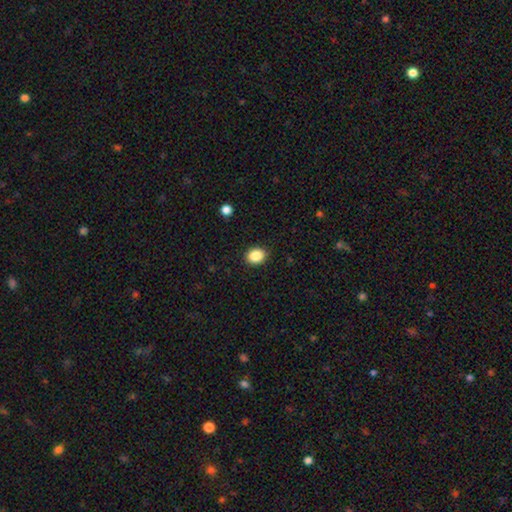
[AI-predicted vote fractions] Smooth or featured? smooth (87%)
How rounded? round (51%)
Merging? none (89%)